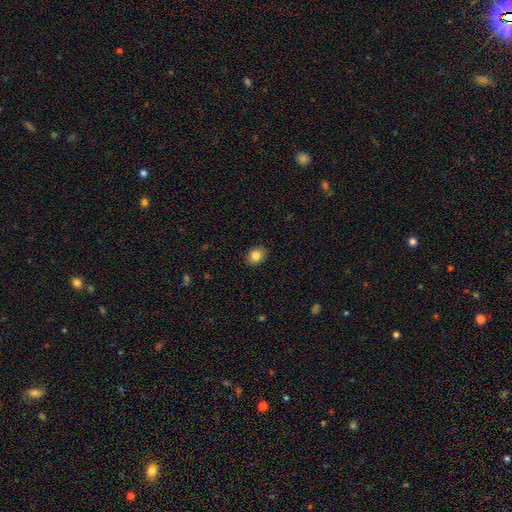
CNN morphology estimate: Smooth or featured? smooth (83%)
How rounded? round (56%)
Merging? none (89%)